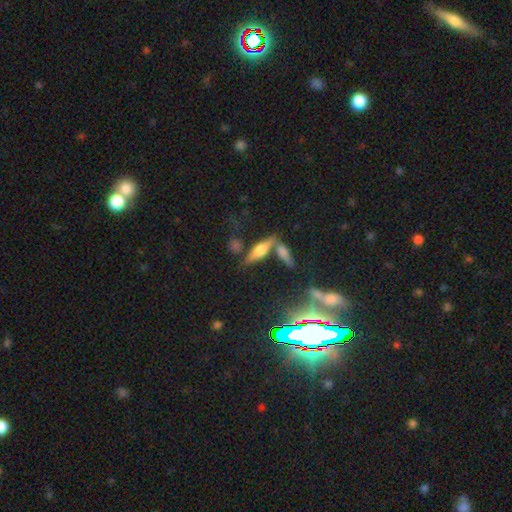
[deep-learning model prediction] Morphology: type=smooth (45%); merging=none (57%).